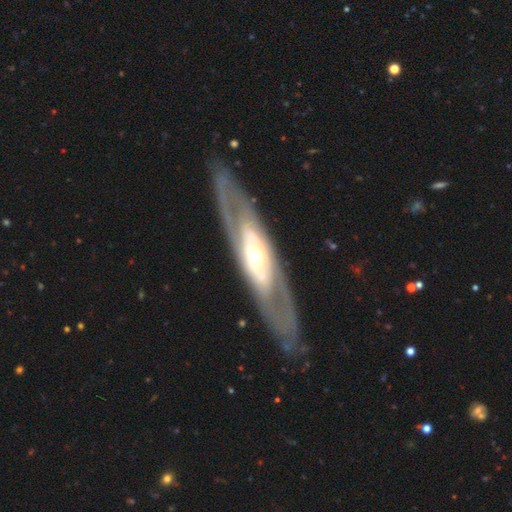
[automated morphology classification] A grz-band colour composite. It shows a featured or disk galaxy (79%) with no bar (67%), no spiral arms (51%) and a moderate central bulge (55%). Merging: none (82%).